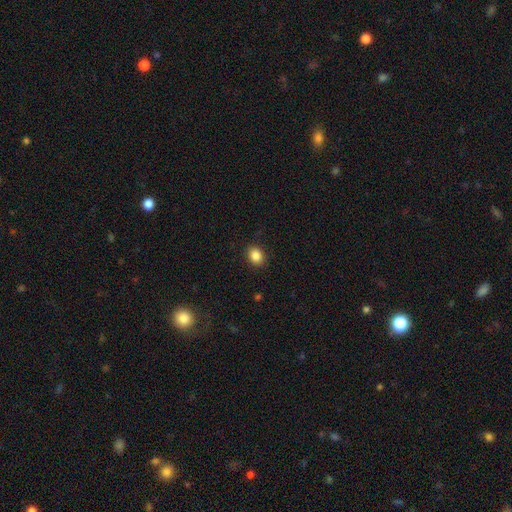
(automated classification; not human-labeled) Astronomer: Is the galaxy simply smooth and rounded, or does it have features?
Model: smooth — 86%.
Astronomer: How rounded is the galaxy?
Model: in between — 51% (runner-up: round, 48%).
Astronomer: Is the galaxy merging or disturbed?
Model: none — 88%.